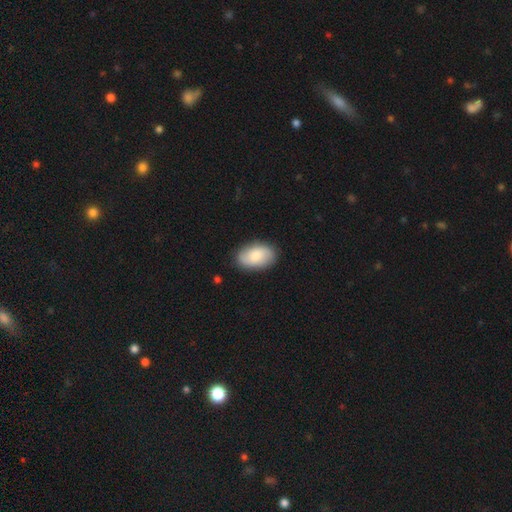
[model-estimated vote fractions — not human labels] The model was most divided on "smooth or featured": smooth: 70%, featured or disk: 24%, star or artifact: 6%. More confident: how rounded — in between (92%); merging — none (85%).